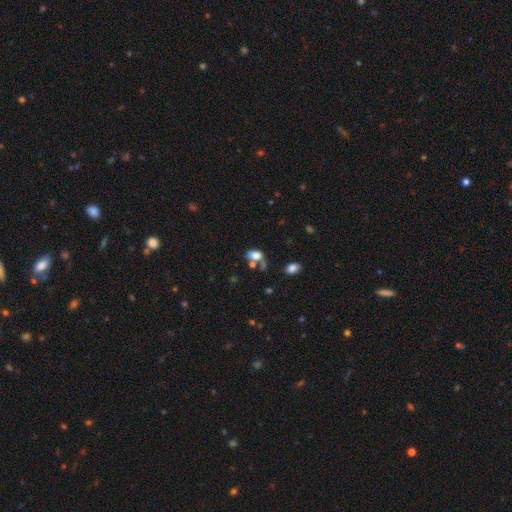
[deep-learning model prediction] Smooth or featured? Predicted: smooth (p=0.76). How rounded? Predicted: in between (p=0.85). Merging? Predicted: none (p=0.40).